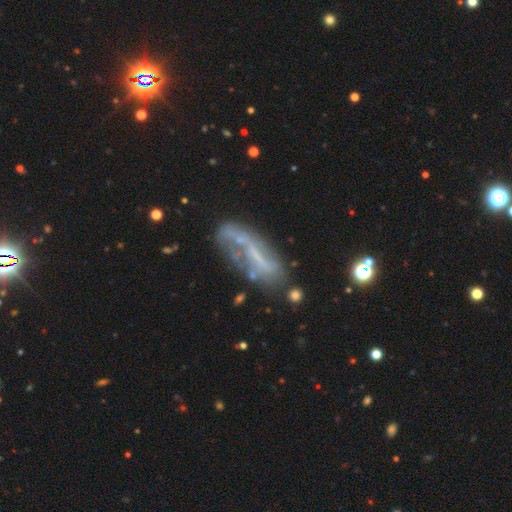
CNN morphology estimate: featured or disk 62%, smooth 25%, star or artifact 13%. Down the decision tree: edge-on disk — no (75%); merging — none (51%).